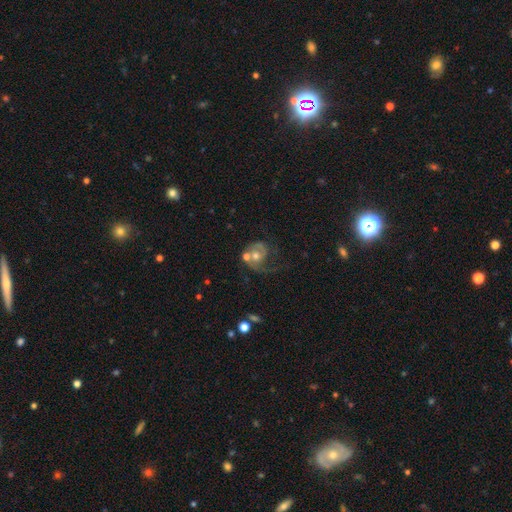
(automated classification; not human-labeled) A featured or disk galaxy (73%) with no bar (73%), 1 (56%) medium (41%) spiral arms (87%) and a moderate central bulge (62%). Merging: none (33%).